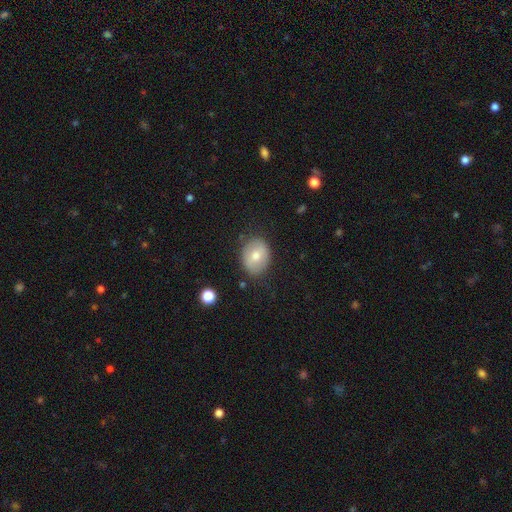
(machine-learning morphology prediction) Smooth or featured? smooth (67%)
How rounded? in between (56%)
Merging? none (81%)